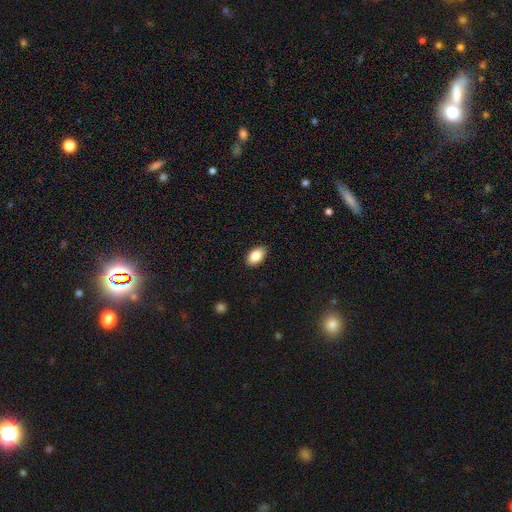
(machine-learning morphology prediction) Smooth or featured? Predicted: smooth (p=0.85). How rounded? Predicted: in between (p=0.92). Merging? Predicted: none (p=0.88).